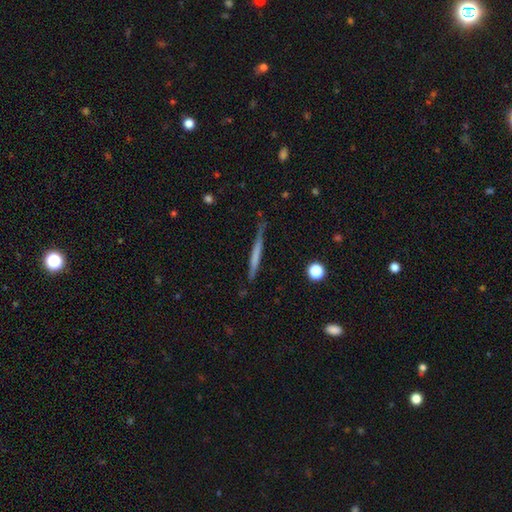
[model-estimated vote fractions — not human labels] smooth 50%, featured or disk 43%, star or artifact 7%. Down the decision tree: merging — none (77%).